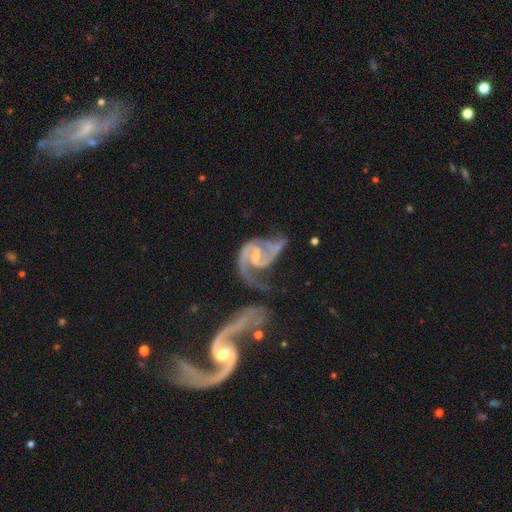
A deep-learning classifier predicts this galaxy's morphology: Smooth or featured? featured or disk (92%)
Edge-on disk? no (98%)
Bar? weak (43%)
Spiral arms? yes (98%)
Spiral winding? medium (53%)
Spiral arm count? 2 (86%)
Bulge size? small (62%)
Merging? none (30%)